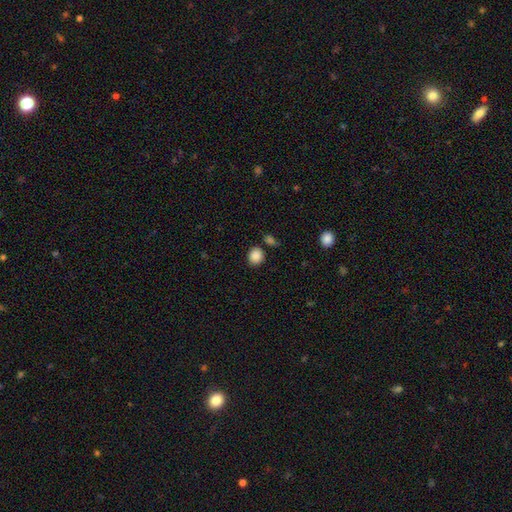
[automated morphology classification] Smooth or featured? Predicted: smooth (p=0.87). How rounded? Predicted: round (p=0.69). Merging? Predicted: none (p=0.78).